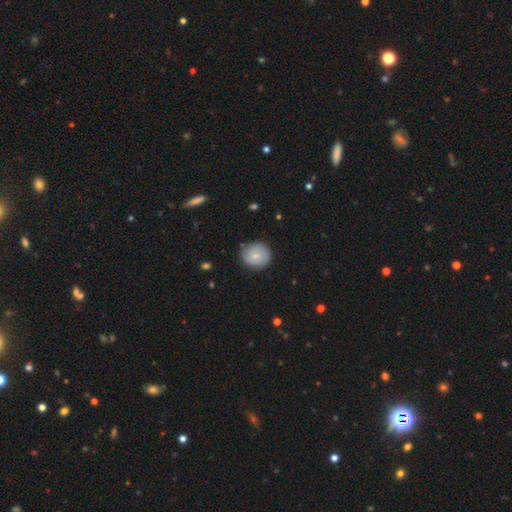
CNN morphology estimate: Smooth or featured: smooth — 55% (featured or disk — 37%)
How rounded: round — 84% (in between — 15%)
Merging: none — 82% (minor disturbance — 13%)